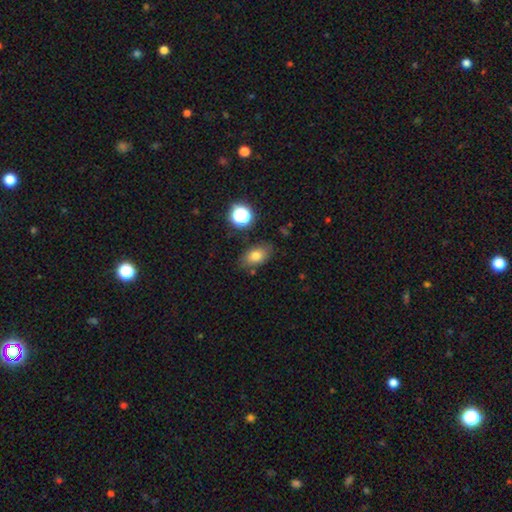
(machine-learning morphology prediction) This appears to be a smooth galaxy with no disk features (76%) that is in between round and cigar-shaped (83%). Merging: none (79%).